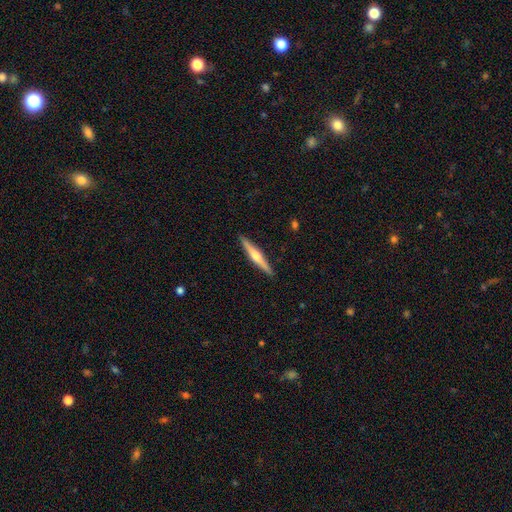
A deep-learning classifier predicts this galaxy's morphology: A featured or disk galaxy (66%) viewed edge-on (98%) with a rounded central bulge (88%).

Vote fractions:
- Smooth or featured? featured or disk: 66% / smooth: 29% / star or artifact: 5%
- Edge-on disk? yes: 98% / no: 2%
- Edge-on bulge? rounded: 88% / none: 7% / boxy: 5%
- Merging? none: 92% / minor disturbance: 6% / major disturbance: 1% / merger: 1%